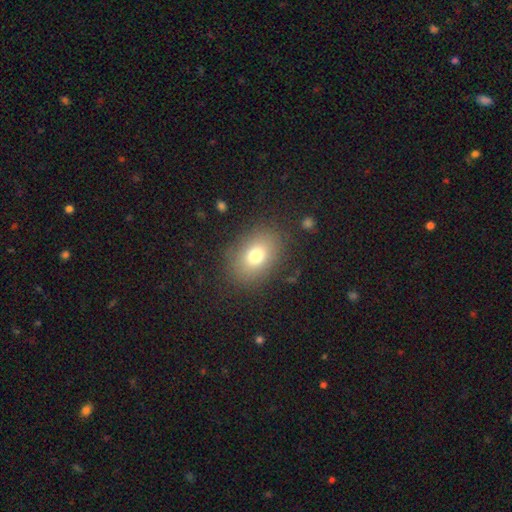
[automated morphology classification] Smooth or featured: smooth — 75% (featured or disk — 13%)
How rounded: in between — 73% (round — 26%)
Merging: none — 83% (minor disturbance — 10%)